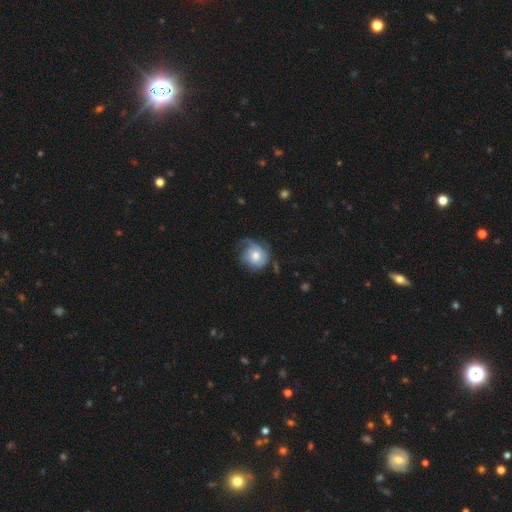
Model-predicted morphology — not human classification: Smooth or featured?
  - featured or disk: 48% *
  - smooth: 44%
  - star or artifact: 8%
Merging?
  - none: 49% *
  - minor disturbance: 29%
  - major disturbance: 20%
  - merger: 2%